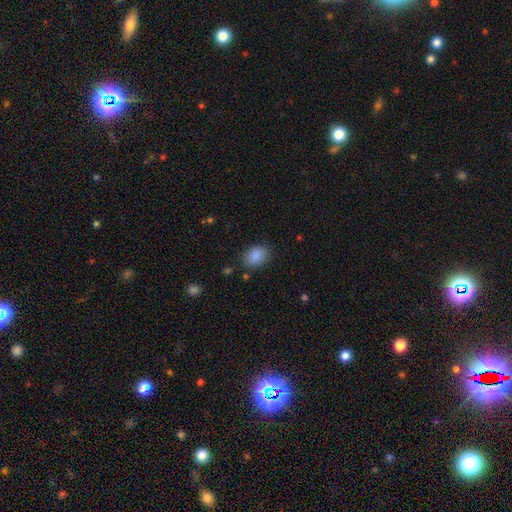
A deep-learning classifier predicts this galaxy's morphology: This is clearly a smooth galaxy (88%). How rounded: clearly in between (80%). Merging: clearly none (84%).